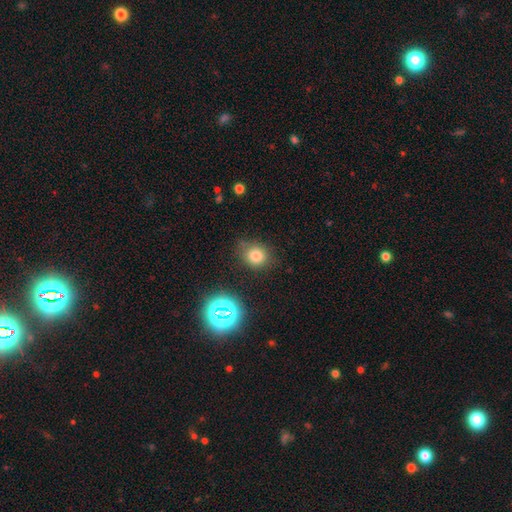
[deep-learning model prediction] Overall: smooth (75%). How rounded: round (72%). Merging: none (76%).